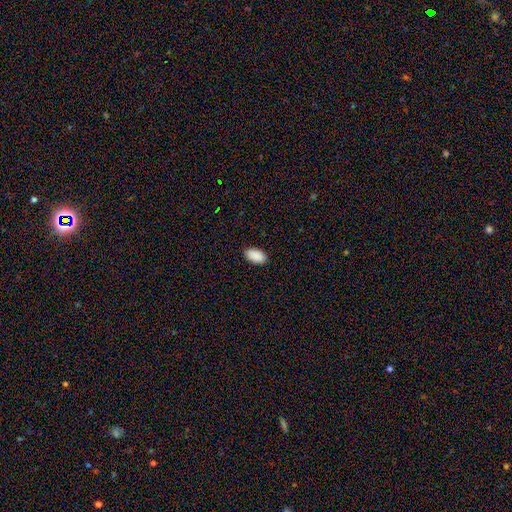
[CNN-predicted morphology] smooth-or-featured: smooth: 91% | star or artifact: 7% | featured or disk: 2%
  how-rounded: in between: 95% | round: 3% | cigar-shaped: 2%
  merging: none: 90% | minor disturbance: 8% | major disturbance: 2% | merger: 1%